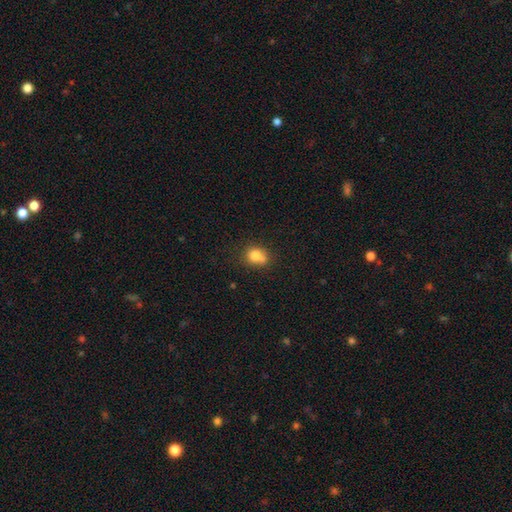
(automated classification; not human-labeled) smooth-or-featured: smooth: 78% | featured or disk: 11% | star or artifact: 11%
  how-rounded: round: 63% | in between: 36% | cigar-shaped: 1%
  merging: none: 49% | merger: 26% | minor disturbance: 19% | major disturbance: 6%